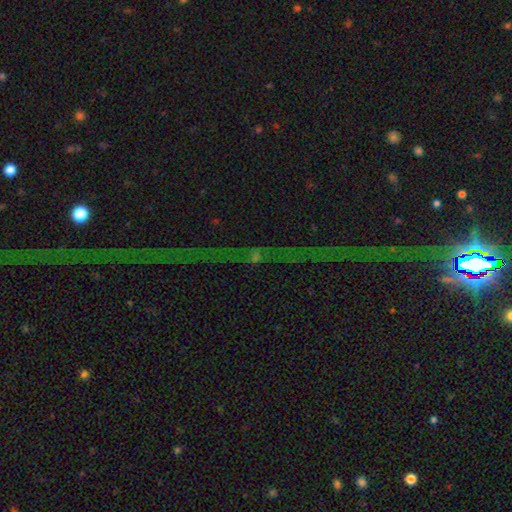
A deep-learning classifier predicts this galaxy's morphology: Q: Smooth or featured?
A: star or artifact (70%); runner-up: featured or disk (20%)